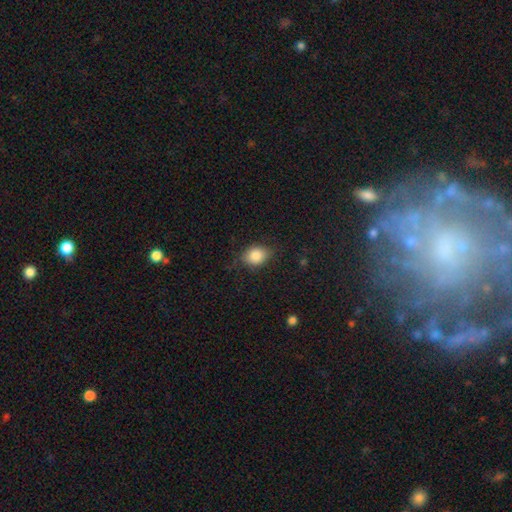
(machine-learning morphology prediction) This appears to be a smooth galaxy with no disk features (84%) that is in between round and cigar-shaped (58%). Merging: none (74%).